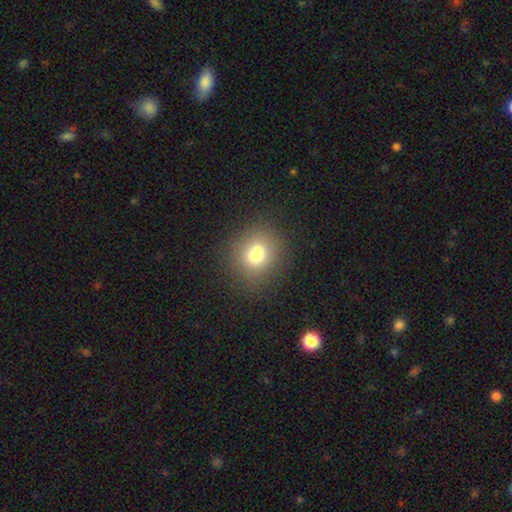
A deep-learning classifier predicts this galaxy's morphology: smooth_or_featured: smooth (p=0.69) [alt: featured or disk p=0.17]
how_rounded: round (p=0.74) [alt: in between p=0.25]
merging: none (p=0.58) [alt: merger p=0.24]